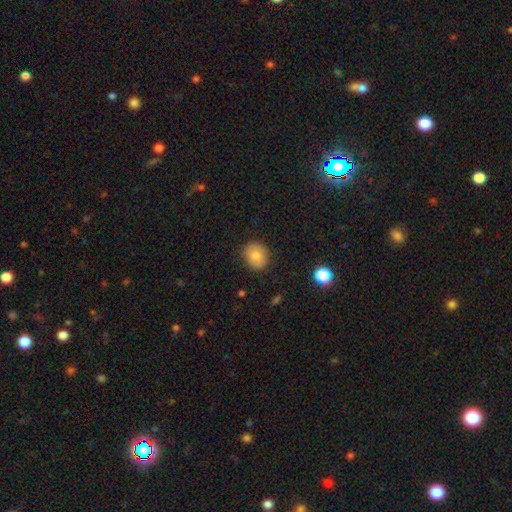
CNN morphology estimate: Q: Smooth or featured?
A: smooth (78%); runner-up: featured or disk (11%)
Q: How rounded?
A: round (67%); runner-up: in between (32%)
Q: Merging?
A: none (86%); runner-up: minor disturbance (11%)